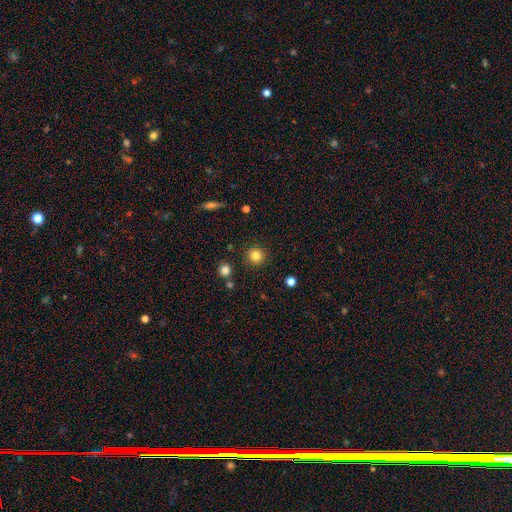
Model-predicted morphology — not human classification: Smooth or featured?
  - smooth: 83% *
  - star or artifact: 12%
  - featured or disk: 6%
How rounded?
  - round: 94% *
  - in between: 5%
  - cigar-shaped: 1%
Merging?
  - none: 90% *
  - minor disturbance: 6%
  - major disturbance: 2%
  - merger: 2%